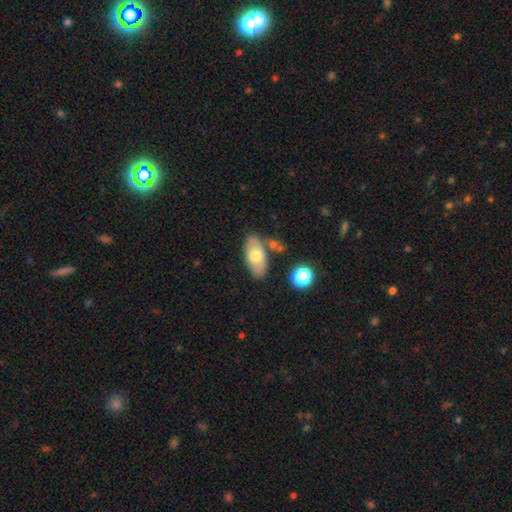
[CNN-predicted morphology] A smooth galaxy with no disk features (66%) that is in between round and cigar-shaped (91%). Merging: none (73%).